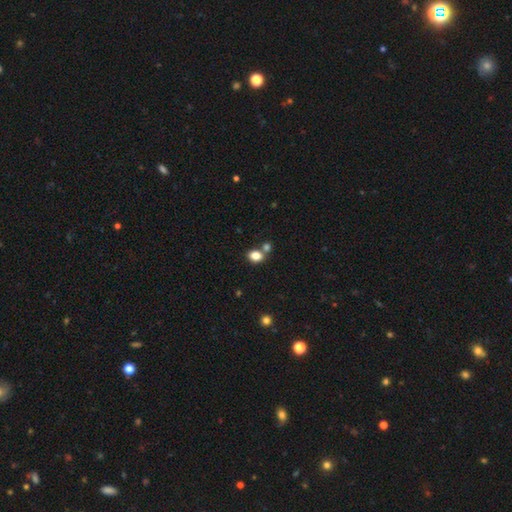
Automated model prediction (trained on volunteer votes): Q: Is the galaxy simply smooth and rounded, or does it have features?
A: smooth — 83%.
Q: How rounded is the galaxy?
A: in between — 60%.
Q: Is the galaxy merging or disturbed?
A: none — 58%.